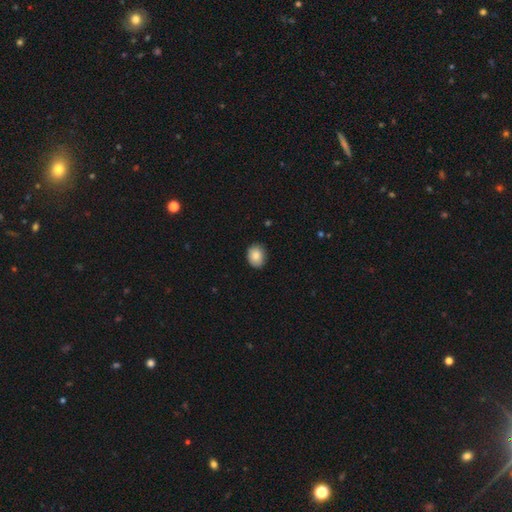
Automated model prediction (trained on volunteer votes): Smooth or featured? smooth (86%)
How rounded? round (51%)
Merging? none (87%)